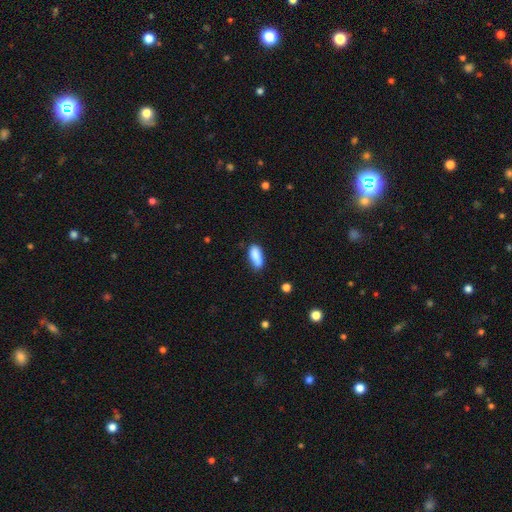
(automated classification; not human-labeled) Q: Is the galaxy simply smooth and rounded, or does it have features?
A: smooth — 85%.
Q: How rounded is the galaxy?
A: in between — 77%.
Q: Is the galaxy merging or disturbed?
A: none — 62%.